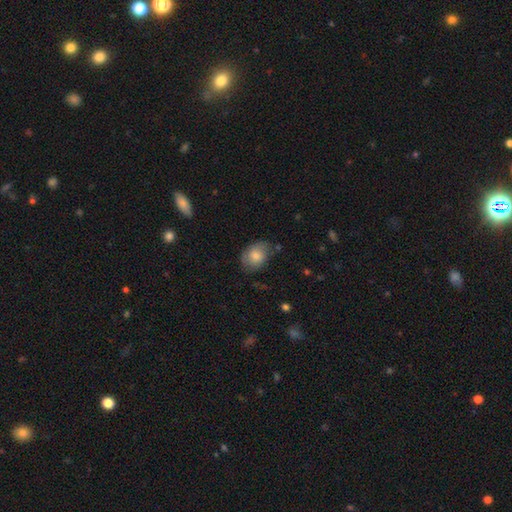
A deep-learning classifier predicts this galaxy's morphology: Q: Smooth or featured?
A: smooth (79%); runner-up: featured or disk (14%)
Q: How rounded?
A: in between (73%); runner-up: round (26%)
Q: Merging?
A: none (63%); runner-up: minor disturbance (28%)